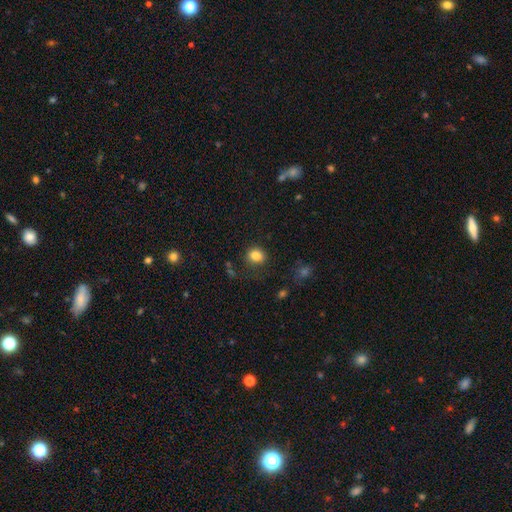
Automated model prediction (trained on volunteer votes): Smooth or featured? smooth (82%)
How rounded? round (73%)
Merging? none (81%)